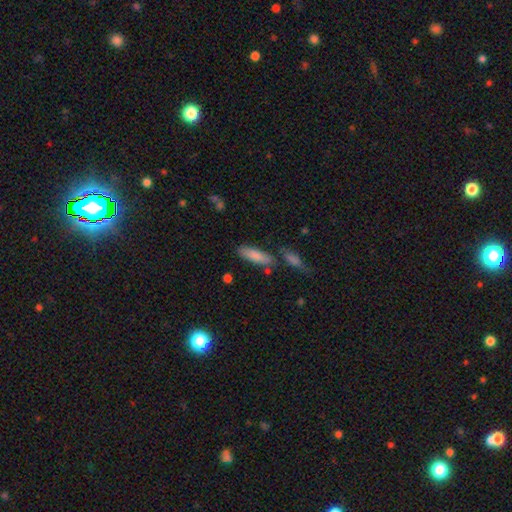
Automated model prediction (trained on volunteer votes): smooth 83%, featured or disk 11%, star or artifact 6%. Down the decision tree: how rounded — cigar-shaped (52%); merging — none (71%).